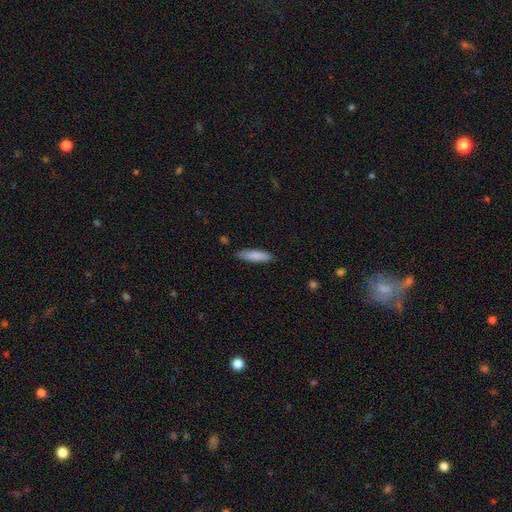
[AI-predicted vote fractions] Smooth or featured: smooth — 86% (featured or disk — 9%)
How rounded: cigar-shaped — 72% (in between — 26%)
Merging: none — 86% (minor disturbance — 11%)